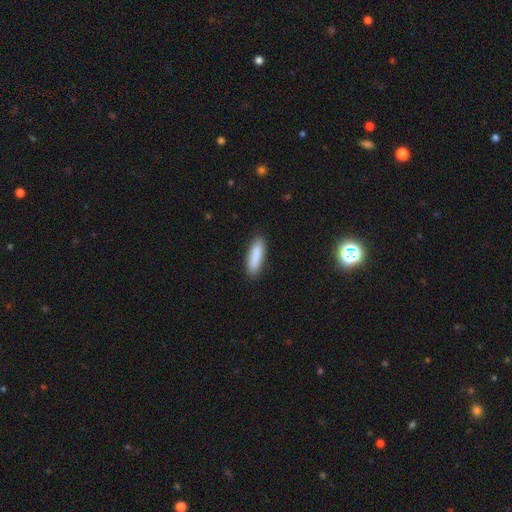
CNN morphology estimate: Smooth or featured? Predicted: smooth (p=0.87). How rounded? Predicted: cigar-shaped (p=0.60). Merging? Predicted: none (p=0.88).